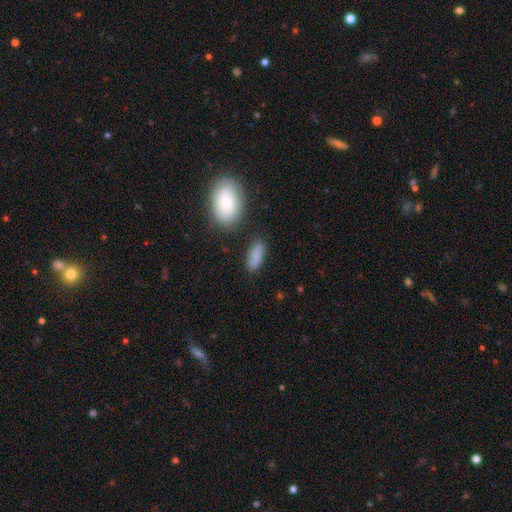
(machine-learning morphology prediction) This appears to be a smooth galaxy with no disk features (86%) that is in between round and cigar-shaped (76%). Merging: none (76%).